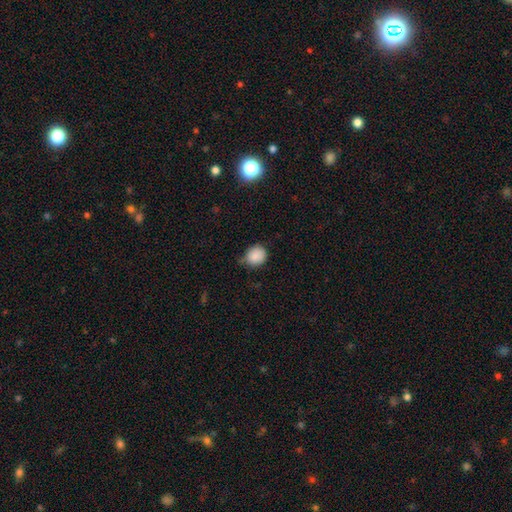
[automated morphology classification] This is clearly a smooth galaxy (86%). How rounded: likely round (76%). Merging: likely none (63%).